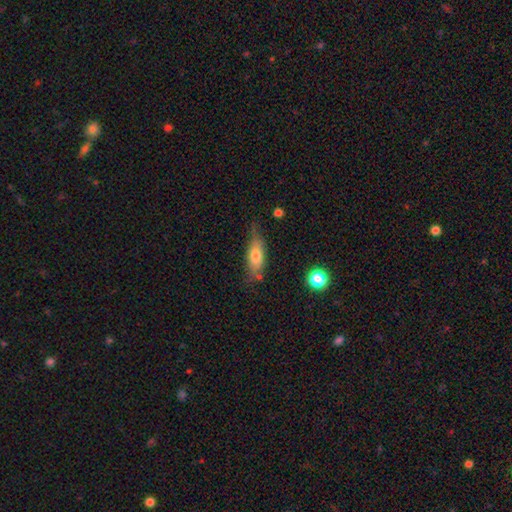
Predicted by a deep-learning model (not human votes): The model was most divided on "merging": none: 58%, minor disturbance: 29%, major disturbance: 9%, merger: 5%. More confident: smooth or featured — smooth (66%); how rounded — in between (64%).